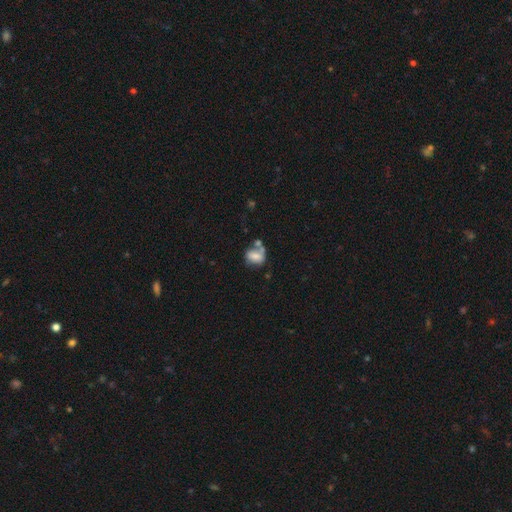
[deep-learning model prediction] Smooth or featured?
  - smooth: 66% *
  - featured or disk: 24%
  - star or artifact: 10%
How rounded?
  - in between: 65% *
  - round: 33%
  - cigar-shaped: 2%
Merging?
  - none: 36% *
  - merger: 34%
  - minor disturbance: 19%
  - major disturbance: 11%